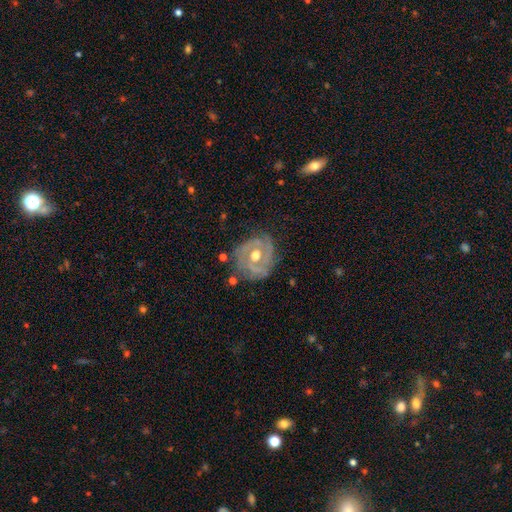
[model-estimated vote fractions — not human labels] A featured or disk galaxy (83%) with no bar (67%), 2 (31%) tight (63%) spiral arms (87%) and a moderate central bulge (82%). Merging: none (69%).